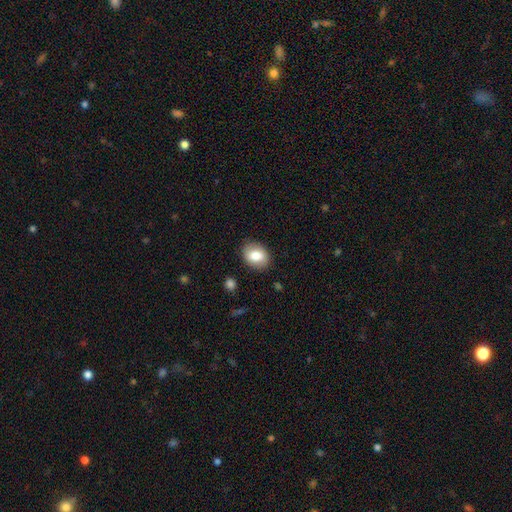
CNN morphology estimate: This appears to be a smooth galaxy with no disk features (79%) that is in between round and cigar-shaped (66%). Merging: none (84%).